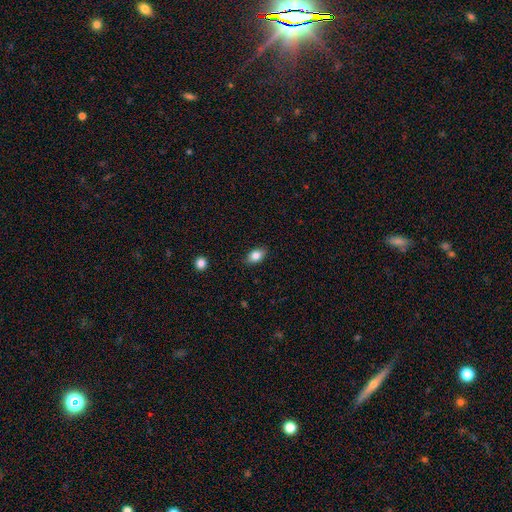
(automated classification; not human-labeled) Smooth or featured: smooth — 82% (featured or disk — 10%)
How rounded: in between — 85% (round — 13%)
Merging: none — 86% (minor disturbance — 11%)